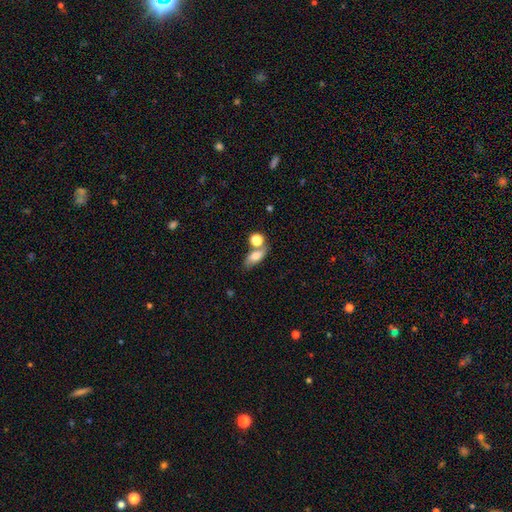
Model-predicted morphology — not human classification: The model was most divided on "merging": none: 49%, merger: 30%, minor disturbance: 14%, major disturbance: 6%. More confident: how rounded — in between (74%); smooth or featured — smooth (72%).